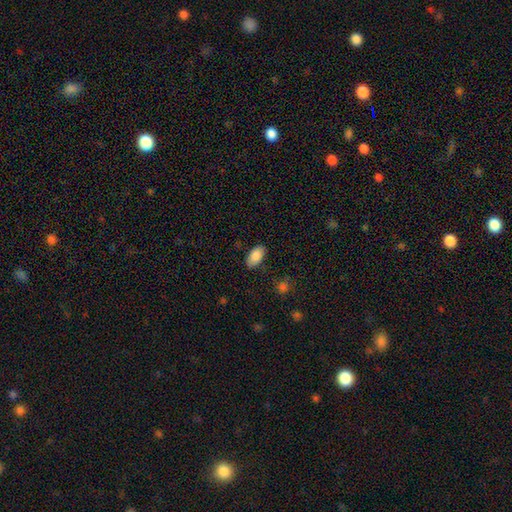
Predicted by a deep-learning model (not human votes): Smooth or featured? Predicted: smooth (p=0.87). How rounded? Predicted: in between (p=0.94). Merging? Predicted: none (p=0.85).